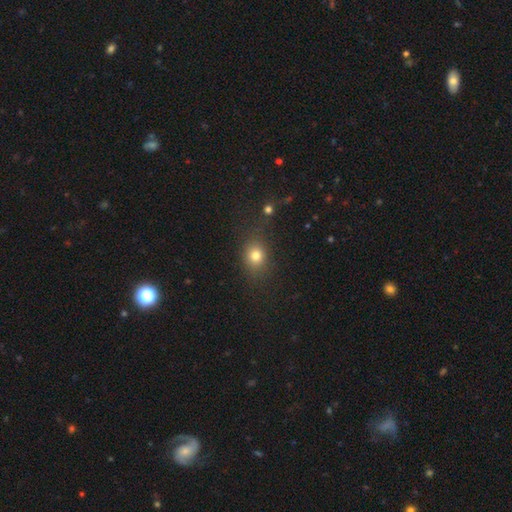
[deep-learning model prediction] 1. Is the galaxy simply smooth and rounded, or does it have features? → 77% smooth, 14% star or artifact, 8% featured or disk.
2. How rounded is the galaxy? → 60% round, 39% in between, 2% cigar-shaped.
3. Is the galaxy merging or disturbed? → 74% none, 13% minor disturbance, 7% major disturbance, 6% merger.